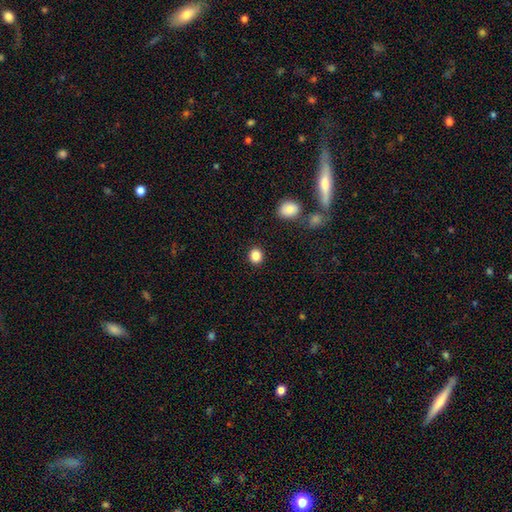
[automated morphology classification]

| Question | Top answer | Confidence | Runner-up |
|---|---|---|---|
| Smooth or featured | smooth | 86% | star or artifact (10%) |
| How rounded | round | 80% | in between (19%) |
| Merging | none | 90% | minor disturbance (6%) |